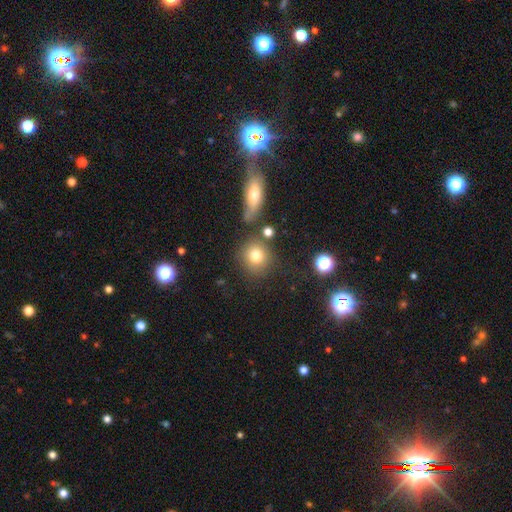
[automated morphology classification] smooth-or-featured: smooth: 77% | star or artifact: 12% | featured or disk: 11%
  how-rounded: round: 84% | in between: 14% | cigar-shaped: 2%
  merging: none: 73% | merger: 11% | minor disturbance: 11% | major disturbance: 5%